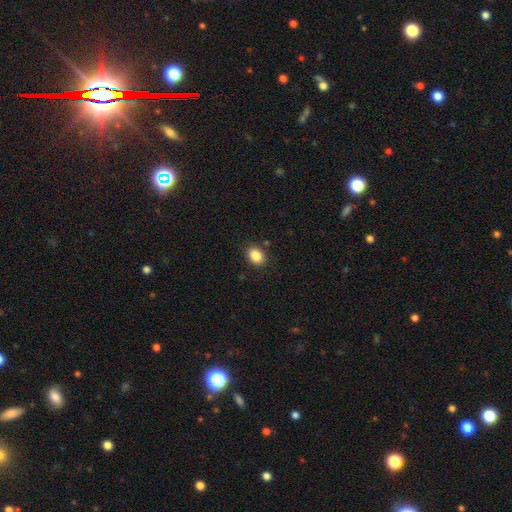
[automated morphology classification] This appears to be a smooth galaxy with no disk features (86%) that is in between round and cigar-shaped (61%). Merging: none (86%).